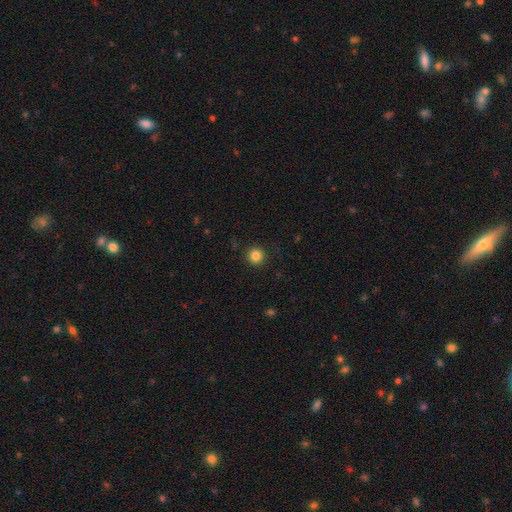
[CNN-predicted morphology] A smooth galaxy with no disk features (84%) that is round (95%). Merging: none (92%).